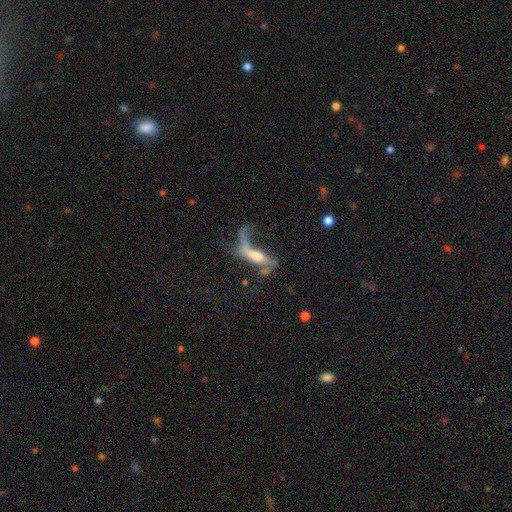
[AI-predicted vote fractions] Q: Smooth or featured?
A: featured or disk (58%); runner-up: smooth (31%)
Q: Edge-on disk?
A: no (61%); runner-up: yes (39%)
Q: Merging?
A: major disturbance (49%); runner-up: none (21%)